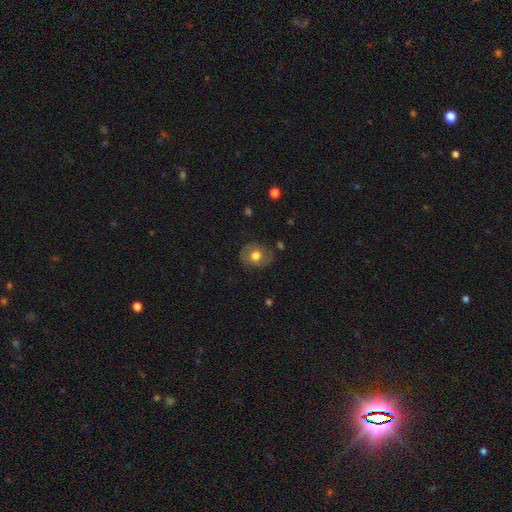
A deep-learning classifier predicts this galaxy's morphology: Smooth or featured: smooth — 60% (featured or disk — 31%)
How rounded: round — 69% (in between — 30%)
Merging: none — 78% (minor disturbance — 15%)